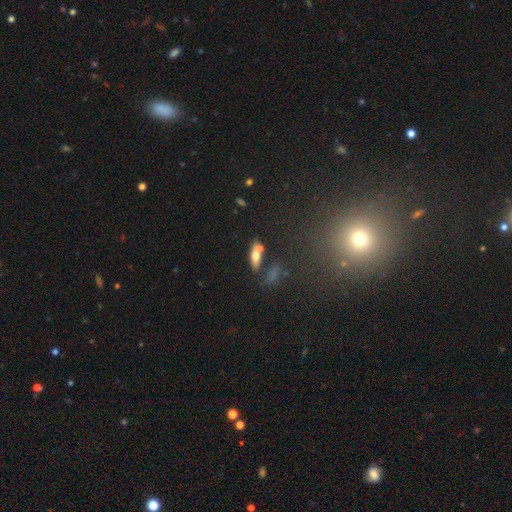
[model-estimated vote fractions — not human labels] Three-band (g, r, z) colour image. It shows a smooth galaxy with no disk features (67%) that is in between round and cigar-shaped (66%). Merging: none (51%).